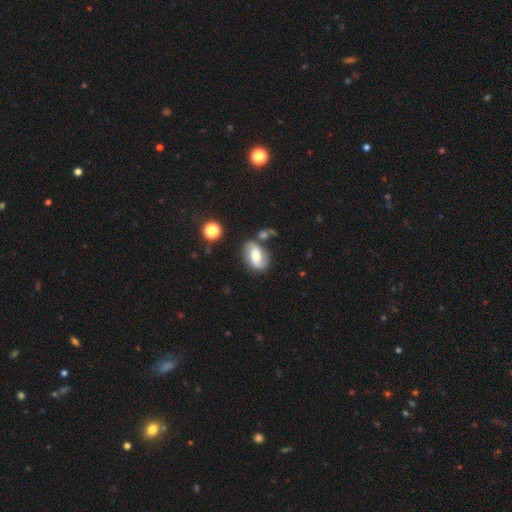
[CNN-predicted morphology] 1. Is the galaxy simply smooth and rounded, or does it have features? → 53% featured or disk, 39% smooth, 8% star or artifact.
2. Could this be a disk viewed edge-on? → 94% no, 6% yes.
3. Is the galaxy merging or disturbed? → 63% none, 19% minor disturbance, 10% merger, 8% major disturbance.